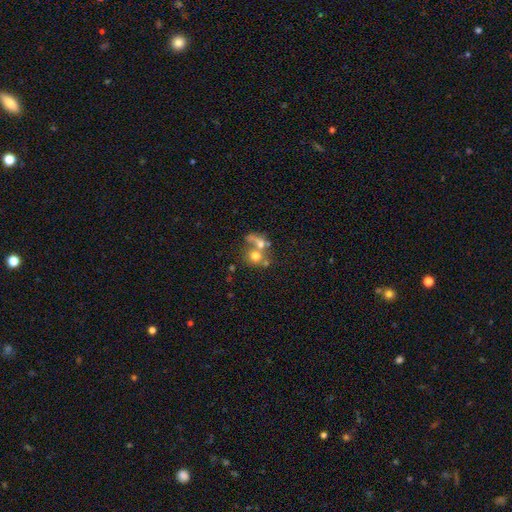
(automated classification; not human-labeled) Q: Smooth or featured?
A: smooth (58%); runner-up: featured or disk (28%)
Q: How rounded?
A: round (72%); runner-up: in between (27%)
Q: Merging?
A: merger (58%); runner-up: none (25%)